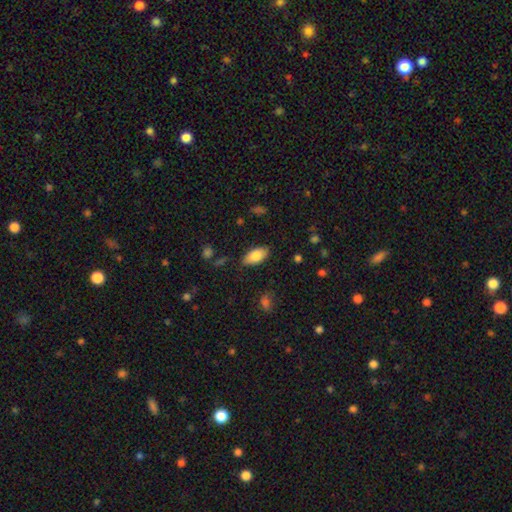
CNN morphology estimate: smooth_or_featured: smooth (p=0.82) [alt: featured or disk p=0.11]
how_rounded: in between (p=0.92) [alt: cigar-shaped p=0.05]
merging: none (p=0.83) [alt: minor disturbance p=0.13]